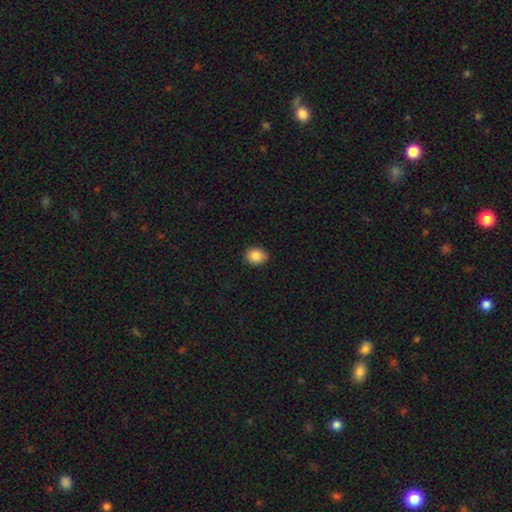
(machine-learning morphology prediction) This appears to be a smooth galaxy with no disk features (86%) that is in between round and cigar-shaped (51%). Merging: none (83%).